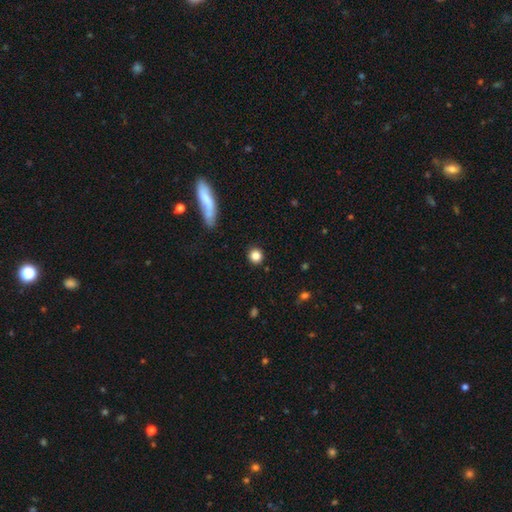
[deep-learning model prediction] Morphology: type=smooth (84%); roundness=round (92%); merging=none (90%).